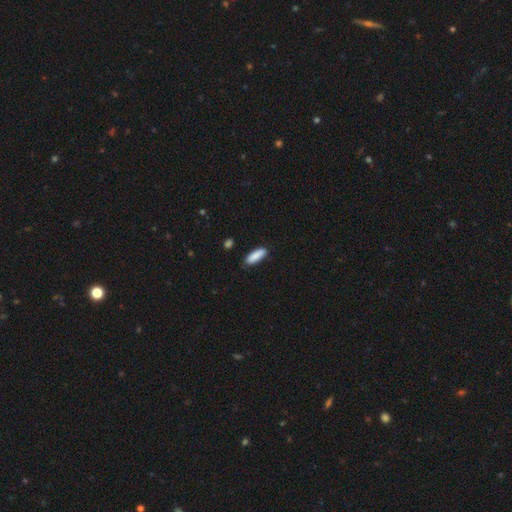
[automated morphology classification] This is clearly a smooth galaxy (88%). How rounded: possibly in between (56%). Merging: clearly none (86%).